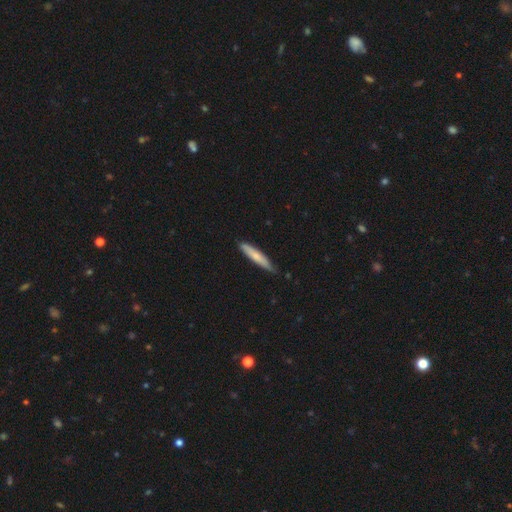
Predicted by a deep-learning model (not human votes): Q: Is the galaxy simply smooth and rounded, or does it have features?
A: smooth — 70%.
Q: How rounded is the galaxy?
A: cigar-shaped — 90%.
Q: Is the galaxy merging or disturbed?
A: none — 80%.